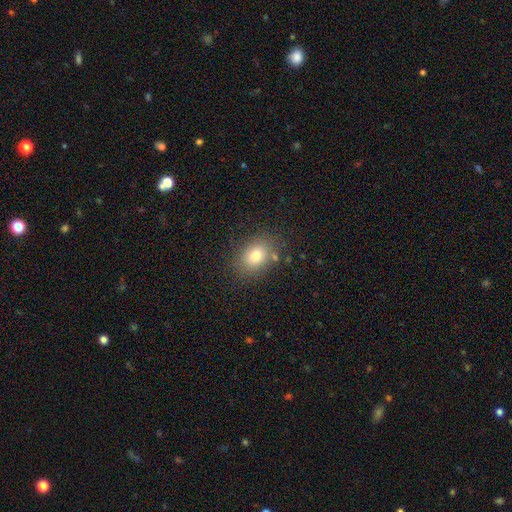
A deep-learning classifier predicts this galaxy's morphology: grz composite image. It shows a smooth galaxy with no disk features (78%) that is in between round and cigar-shaped (61%). Merging: none (80%).